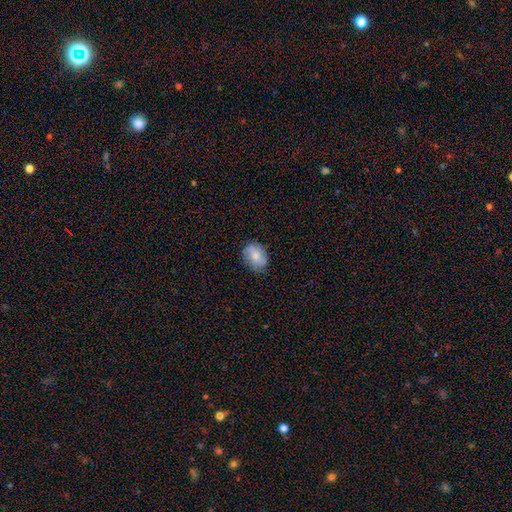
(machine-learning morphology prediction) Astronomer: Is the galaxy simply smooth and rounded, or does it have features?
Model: smooth — 72%.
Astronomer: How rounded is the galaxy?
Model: in between — 74%.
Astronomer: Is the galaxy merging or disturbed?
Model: none — 73%.